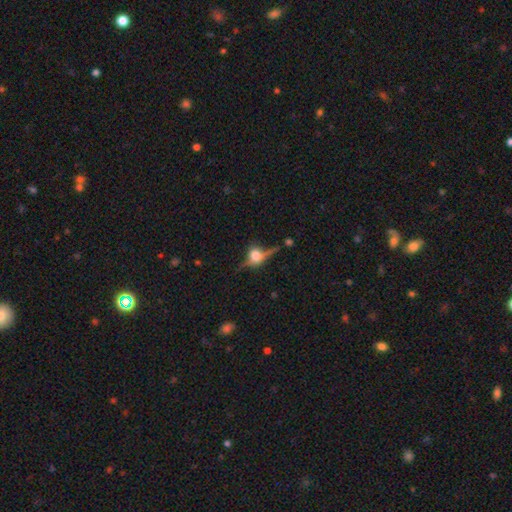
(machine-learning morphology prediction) A featured or disk galaxy (61%) viewed edge-on (89%) with a rounded central bulge (94%). Merging: none (72%).